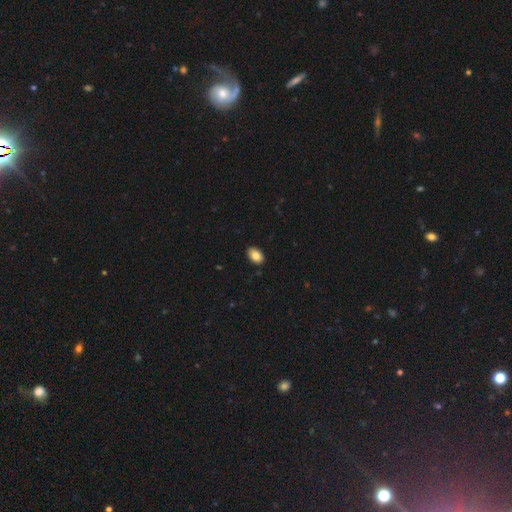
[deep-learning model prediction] Morphology: type=smooth (84%); roundness=in between (88%); merging=none (89%).